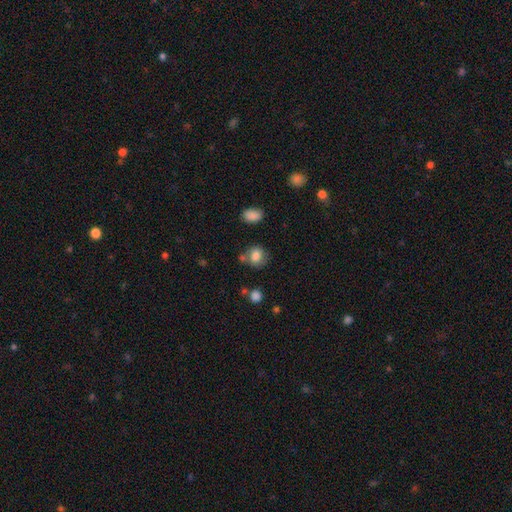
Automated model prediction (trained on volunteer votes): The model was most divided on "how rounded": round: 62%, in between: 37%, cigar-shaped: 1%. More confident: smooth or featured — smooth (82%); merging — none (62%).